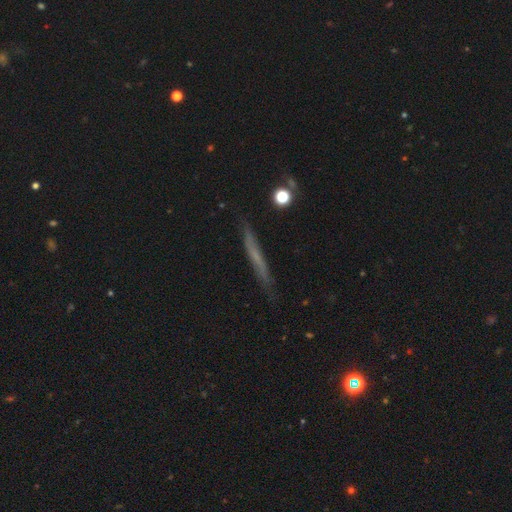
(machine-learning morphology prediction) Smooth or featured? featured or disk (46%)
Merging? none (85%)